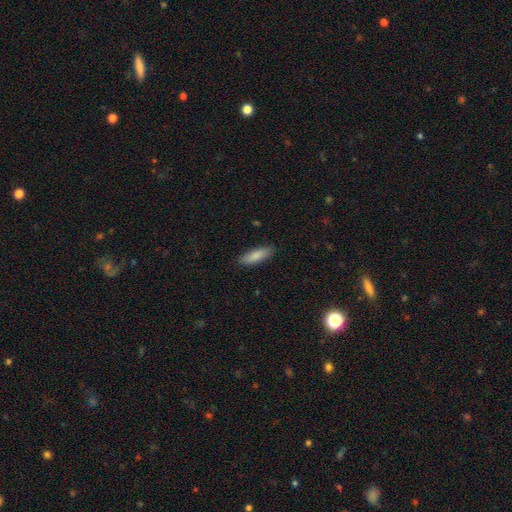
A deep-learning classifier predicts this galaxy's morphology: Overall: smooth (86%). How rounded: in between (53%; cigar-shaped 46%). Merging: none (88%).